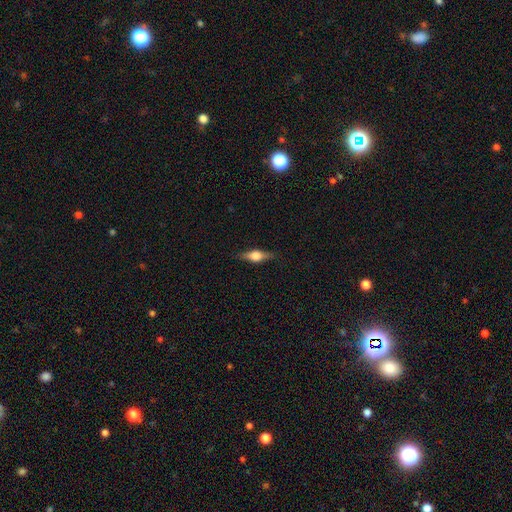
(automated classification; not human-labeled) This appears to be a featured or disk galaxy (57%) viewed edge-on (95%) with a rounded central bulge (93%). Merging: none (86%).